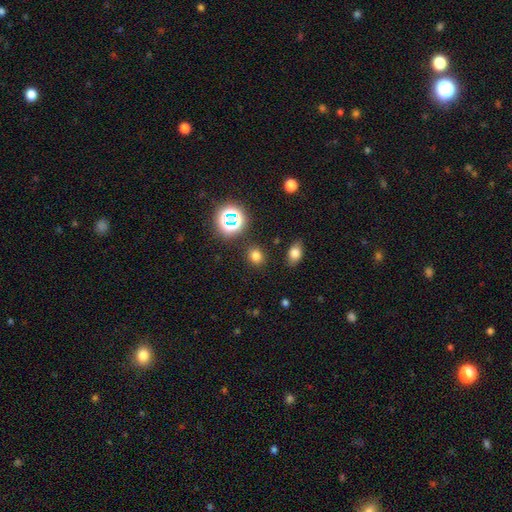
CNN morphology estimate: smooth_or_featured: smooth (p=0.73) [alt: star or artifact p=0.22]
how_rounded: round (p=0.64) [alt: in between p=0.35]
merging: none (p=0.86) [alt: minor disturbance p=0.08]